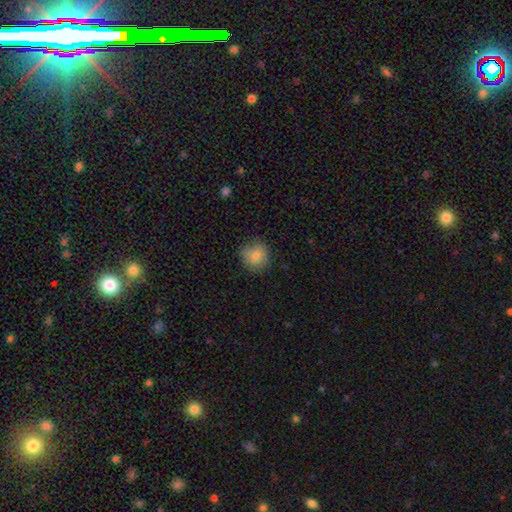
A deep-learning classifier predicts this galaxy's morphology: Smooth or featured?
  - smooth: 80% *
  - star or artifact: 11%
  - featured or disk: 9%
How rounded?
  - round: 89% *
  - in between: 10%
  - cigar-shaped: 1%
Merging?
  - none: 78% *
  - minor disturbance: 17%
  - major disturbance: 3%
  - merger: 2%